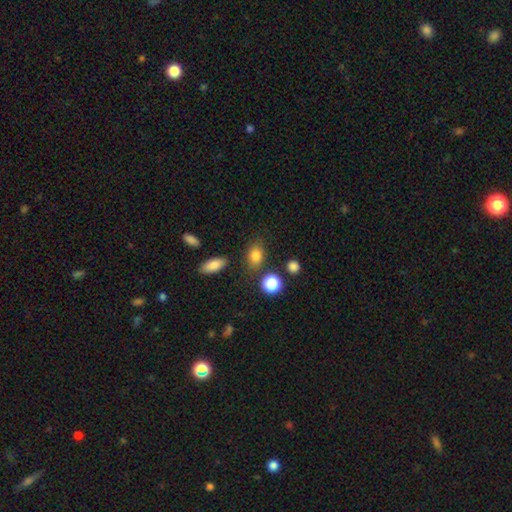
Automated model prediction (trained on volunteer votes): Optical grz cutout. It shows a smooth galaxy with no disk features (82%) that is in between round and cigar-shaped (67%). Merging: none (76%).